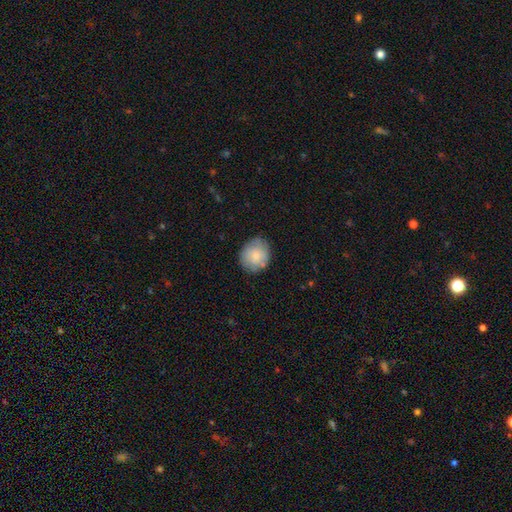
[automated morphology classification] Overall: smooth (79%). How rounded: round (72%). Merging: none (76%).